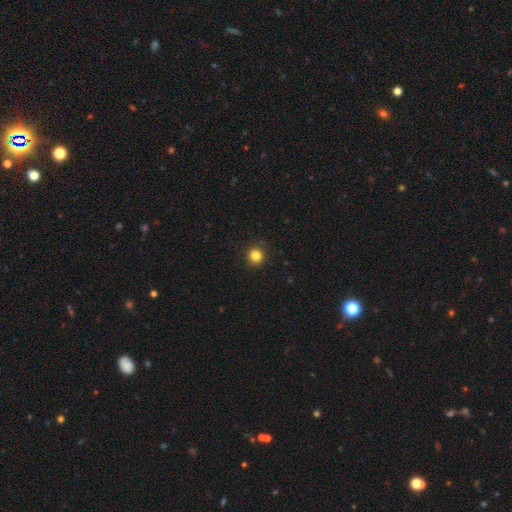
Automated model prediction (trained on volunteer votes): Morphology: type=smooth (83%); roundness=round (94%); merging=none (91%).